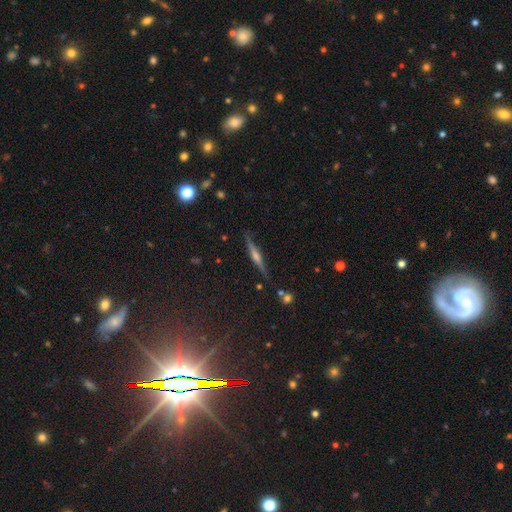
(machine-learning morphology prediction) smooth-or-featured: featured or disk: 70% | smooth: 19% | star or artifact: 11%
  disk-edge-on: yes: 98% | no: 2%
    edge-on-bulge: rounded: 75% | boxy: 14% | none: 11%
  merging: none: 89% | minor disturbance: 8% | major disturbance: 2% | merger: 2%